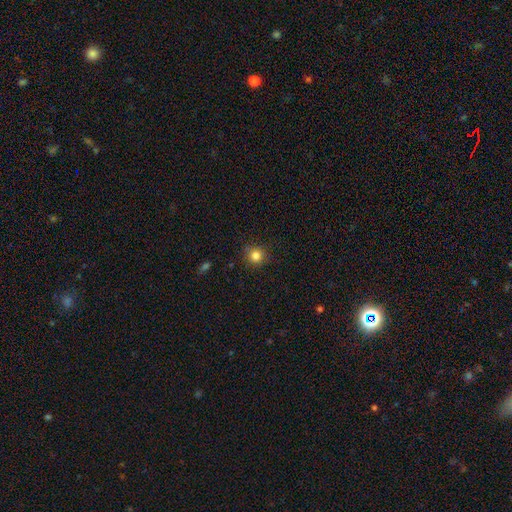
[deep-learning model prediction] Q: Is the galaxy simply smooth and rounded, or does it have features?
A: smooth — 83%.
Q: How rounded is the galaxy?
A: round — 92%.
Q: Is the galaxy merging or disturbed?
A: none — 88%.